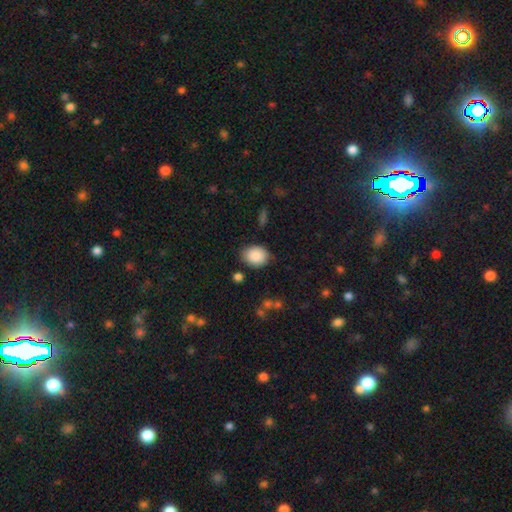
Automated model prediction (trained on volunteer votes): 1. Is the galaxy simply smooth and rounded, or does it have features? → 88% smooth, 7% star or artifact, 4% featured or disk.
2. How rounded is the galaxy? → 54% in between, 45% round, 1% cigar-shaped.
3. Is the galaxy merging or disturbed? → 81% none, 14% minor disturbance, 3% major disturbance, 2% merger.